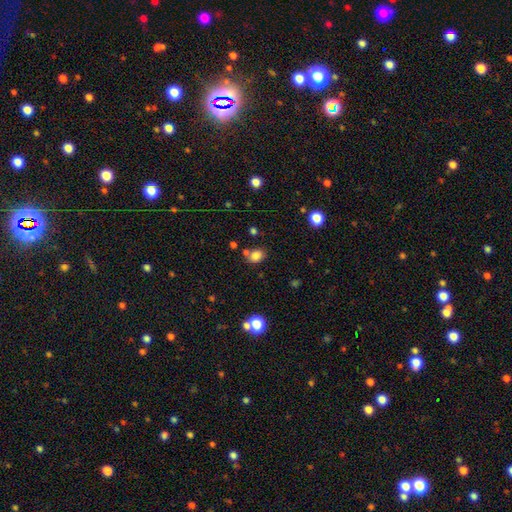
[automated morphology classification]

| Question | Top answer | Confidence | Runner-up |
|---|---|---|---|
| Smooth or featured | smooth | 81% | star or artifact (13%) |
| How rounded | in between | 60% | round (39%) |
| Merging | none | 66% | merger (16%) |